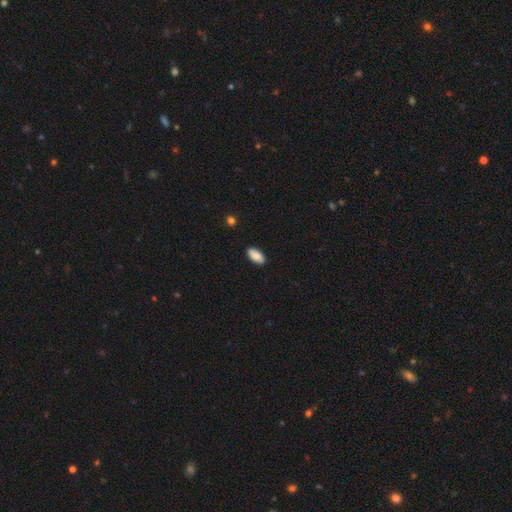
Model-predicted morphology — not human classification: Smooth or featured? smooth (89%)
How rounded? in between (92%)
Merging? none (88%)